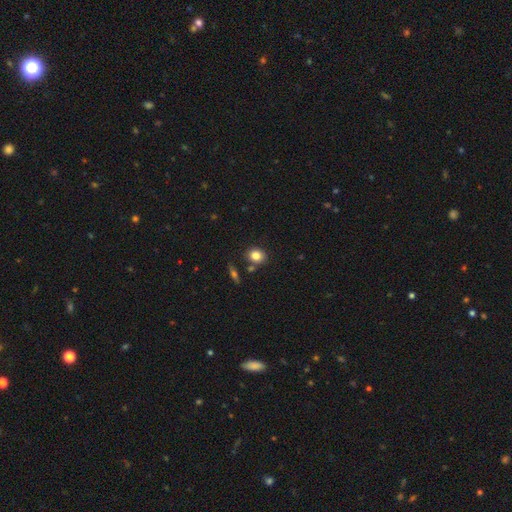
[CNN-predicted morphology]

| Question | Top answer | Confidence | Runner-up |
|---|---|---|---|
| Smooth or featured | smooth | 82% | star or artifact (10%) |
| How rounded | round | 65% | in between (34%) |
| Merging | none | 78% | minor disturbance (10%) |